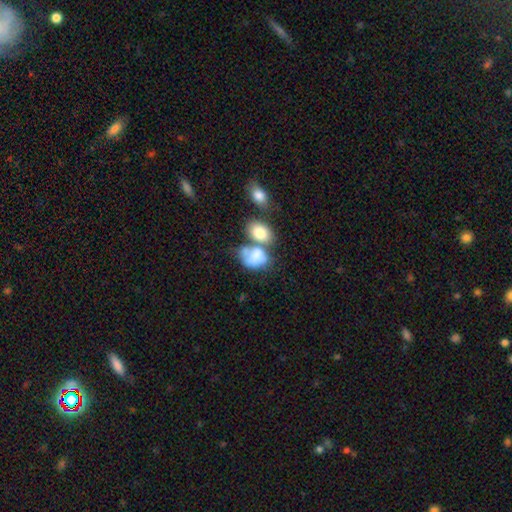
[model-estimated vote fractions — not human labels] The model was most divided on "merging": merger: 56%, none: 20%, minor disturbance: 12%, major disturbance: 12%. More confident: how rounded — in between (78%); smooth or featured — smooth (73%).